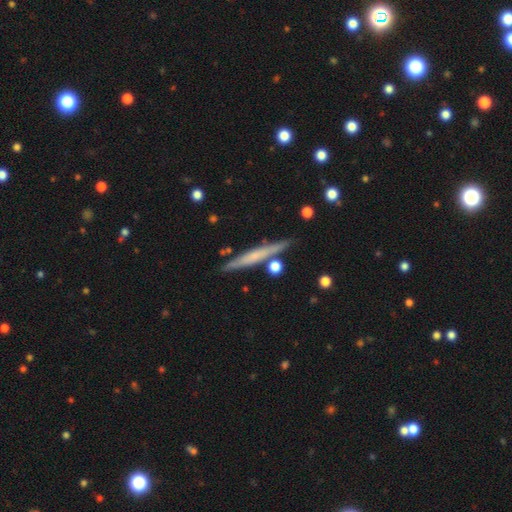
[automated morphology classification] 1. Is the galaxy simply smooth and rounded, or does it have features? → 50% featured or disk, 43% smooth, 7% star or artifact.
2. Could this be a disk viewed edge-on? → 95% yes, 5% no.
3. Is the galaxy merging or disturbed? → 84% none, 9% minor disturbance, 5% merger, 2% major disturbance.